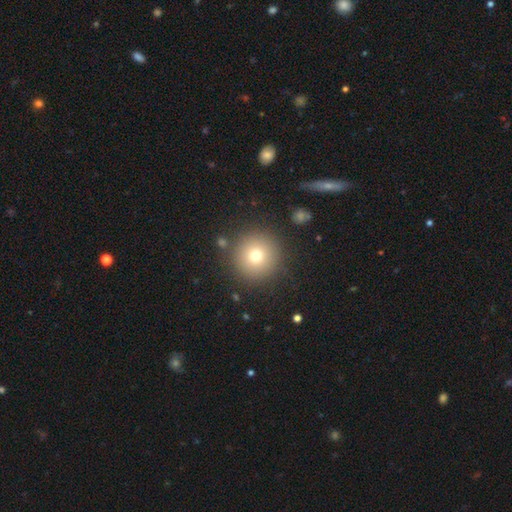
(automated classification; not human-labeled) This appears to be a smooth galaxy with no disk features (73%) that is round (96%). Merging: none (88%).